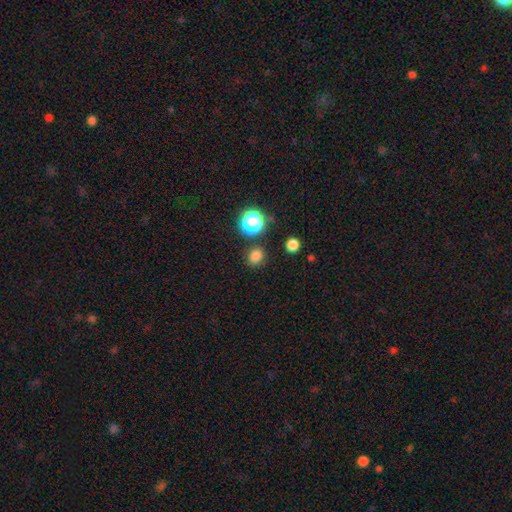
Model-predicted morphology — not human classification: Smooth or featured? smooth (78%)
How rounded? round (75%)
Merging? none (85%)